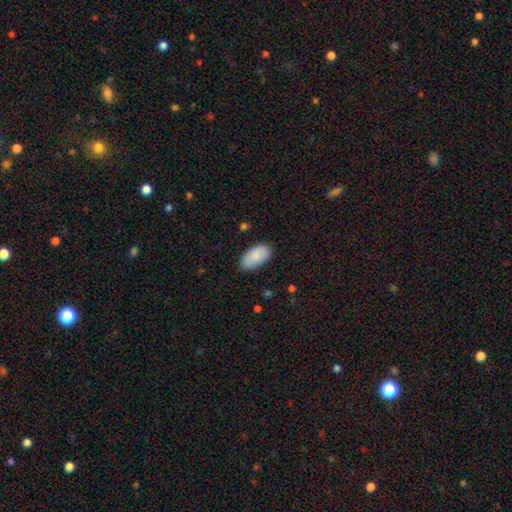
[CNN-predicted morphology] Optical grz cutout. It shows a smooth galaxy with no disk features (87%) that is in between round and cigar-shaped (95%). Merging: none (80%).